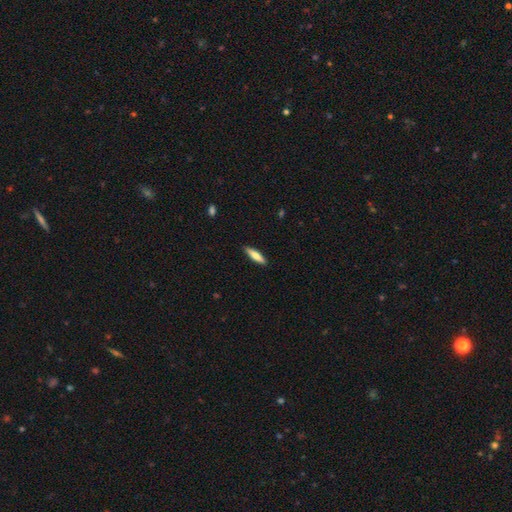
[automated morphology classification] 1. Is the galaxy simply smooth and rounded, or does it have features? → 74% smooth, 20% featured or disk, 6% star or artifact.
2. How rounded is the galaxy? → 71% cigar-shaped, 27% in between, 2% round.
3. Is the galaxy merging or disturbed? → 89% none, 8% minor disturbance, 2% major disturbance, 1% merger.